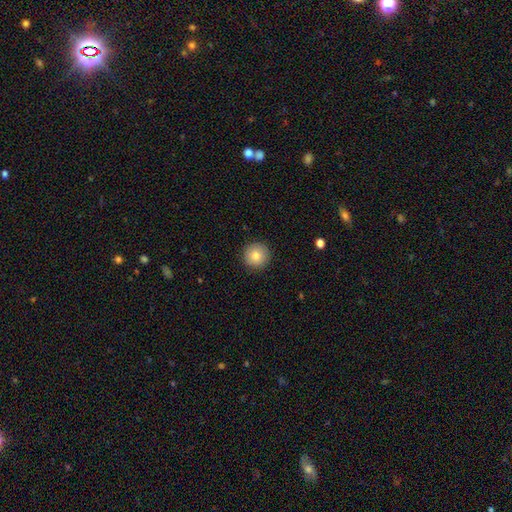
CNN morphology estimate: Smooth or featured? smooth (82%)
How rounded? round (96%)
Merging? none (91%)